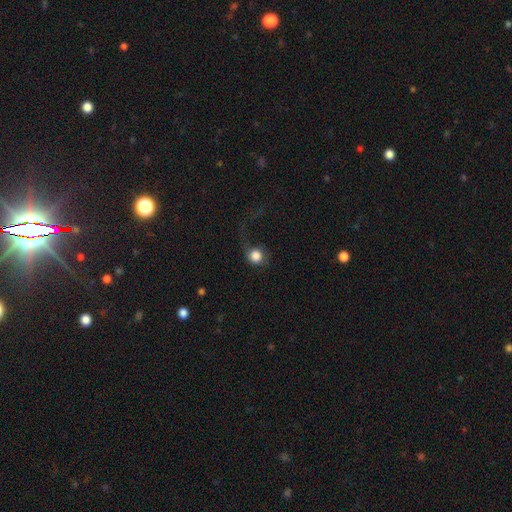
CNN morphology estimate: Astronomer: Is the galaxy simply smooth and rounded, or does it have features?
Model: smooth — 77%.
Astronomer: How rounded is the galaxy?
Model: round — 86%.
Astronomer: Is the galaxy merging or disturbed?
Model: major disturbance — 49% (runner-up: none, 31%).